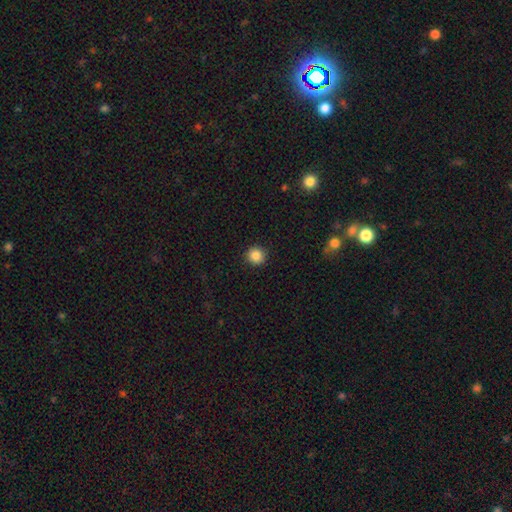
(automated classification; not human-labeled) This appears to be a smooth galaxy with no disk features (87%) that is round (94%). Merging: none (92%).